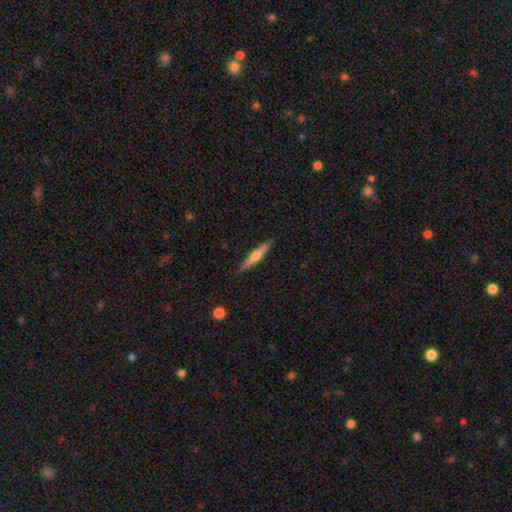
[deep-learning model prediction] This appears to be a featured or disk galaxy (58%) viewed edge-on (97%) with a rounded central bulge (84%). Merging: none (89%).